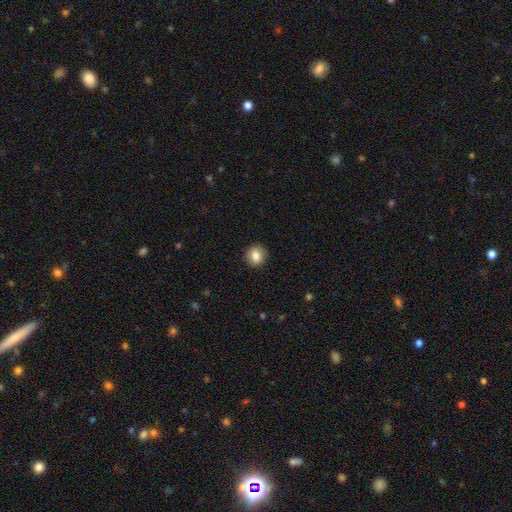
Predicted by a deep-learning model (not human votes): smooth_or_featured: smooth (p=0.83) [alt: star or artifact p=0.09]
how_rounded: round (p=0.85) [alt: in between p=0.14]
merging: none (p=0.90) [alt: minor disturbance p=0.07]